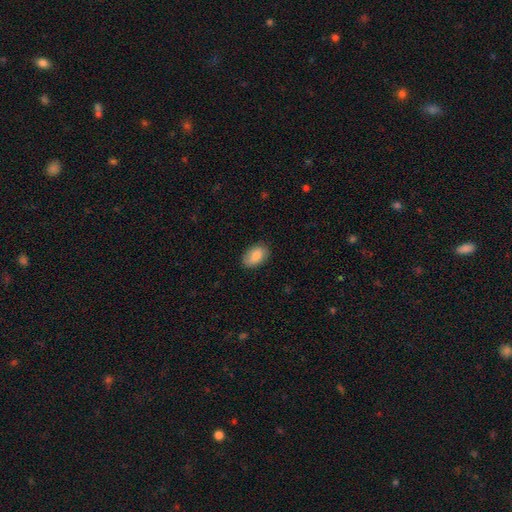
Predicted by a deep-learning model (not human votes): smooth 84%, featured or disk 9%, star or artifact 7%. Down the decision tree: how rounded — in between (91%); merging — none (84%).